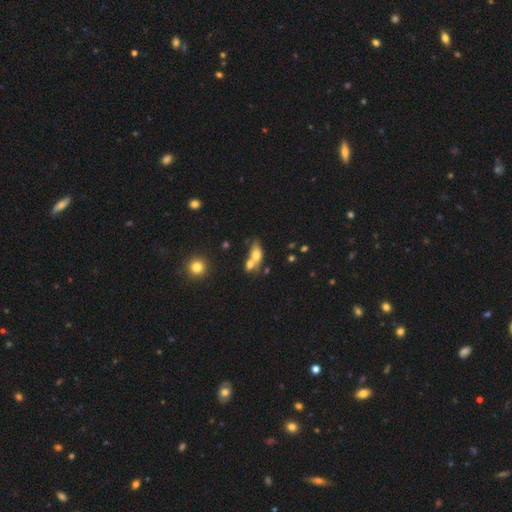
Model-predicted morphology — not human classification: Q: Smooth or featured?
A: smooth (68%); runner-up: featured or disk (22%)
Q: How rounded?
A: in between (78%); runner-up: round (12%)
Q: Merging?
A: merger (56%); runner-up: none (28%)